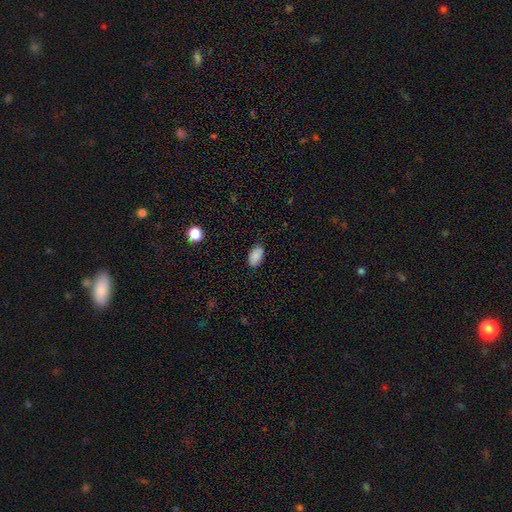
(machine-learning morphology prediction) smooth_or_featured: smooth (p=0.87) [alt: star or artifact p=0.08]
how_rounded: in between (p=0.93) [alt: round p=0.06]
merging: none (p=0.82) [alt: minor disturbance p=0.14]